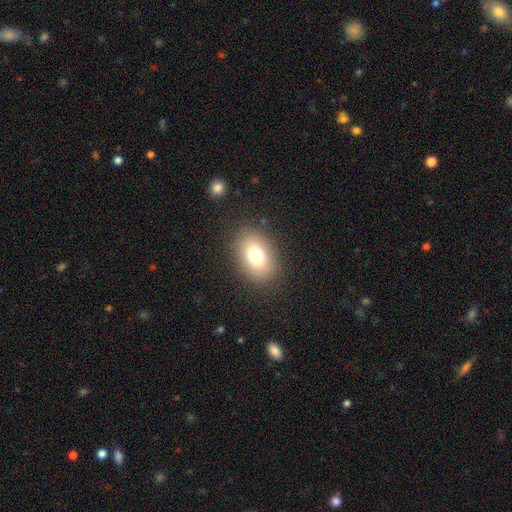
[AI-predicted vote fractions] This appears to be a smooth galaxy with no disk features (76%) that is in between round and cigar-shaped (80%). Merging: none (85%).